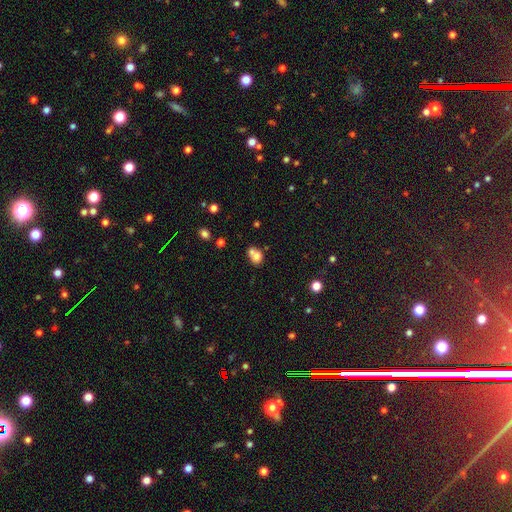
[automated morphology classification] Smooth or featured? Predicted: smooth (p=0.73). How rounded? Predicted: round (p=0.58). Merging? Predicted: merger (p=0.54).